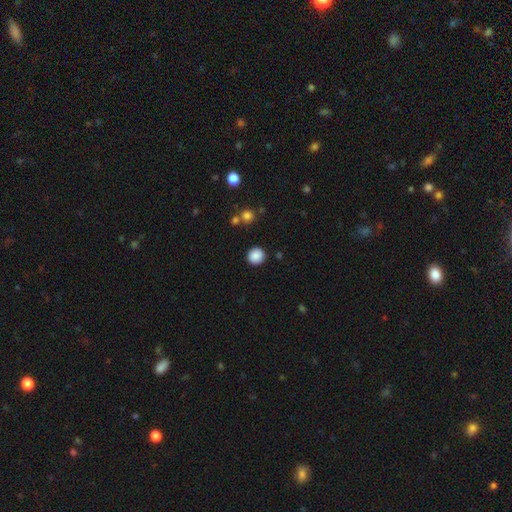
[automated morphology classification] type=smooth (87%); roundness=round (92%); merging=none (89%).